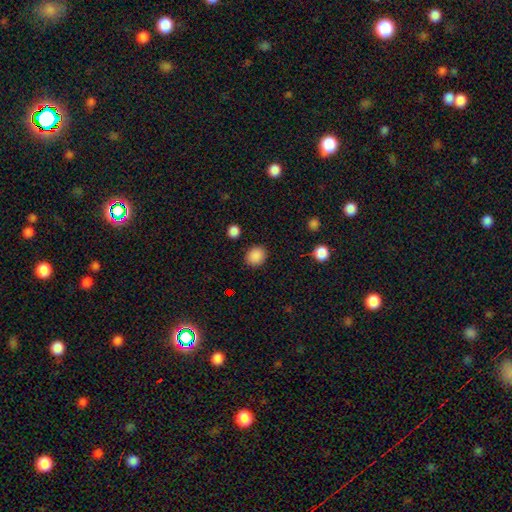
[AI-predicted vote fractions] Morphology: type=smooth (86%); roundness=round (76%); merging=none (88%).